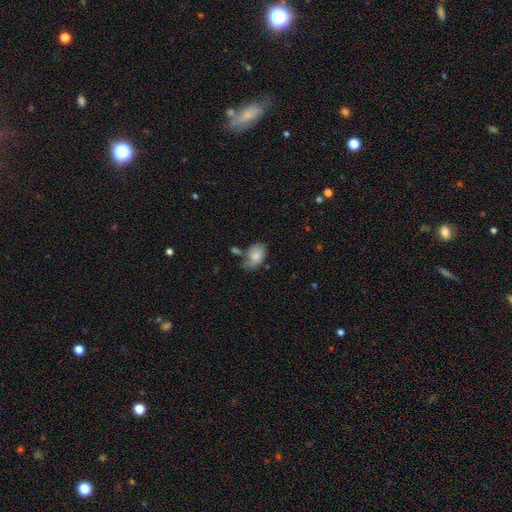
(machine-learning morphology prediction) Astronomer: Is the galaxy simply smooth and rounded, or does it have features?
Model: smooth — 67%.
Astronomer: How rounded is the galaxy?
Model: in between — 87%.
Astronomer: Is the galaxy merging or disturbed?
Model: none — 39% (runner-up: minor disturbance, 30%).